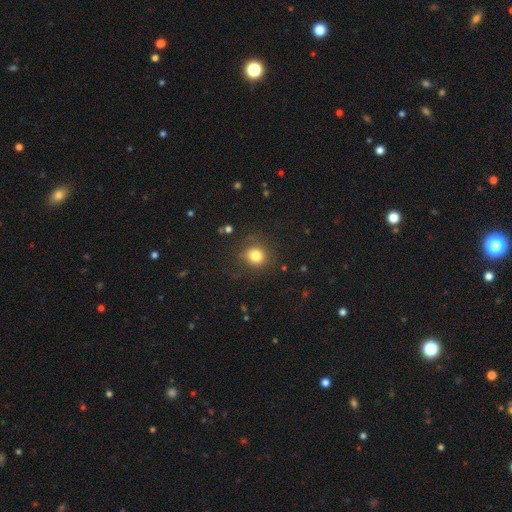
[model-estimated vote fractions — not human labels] Smooth or featured? Predicted: smooth (p=0.80). How rounded? Predicted: round (p=0.83). Merging? Predicted: none (p=0.82).